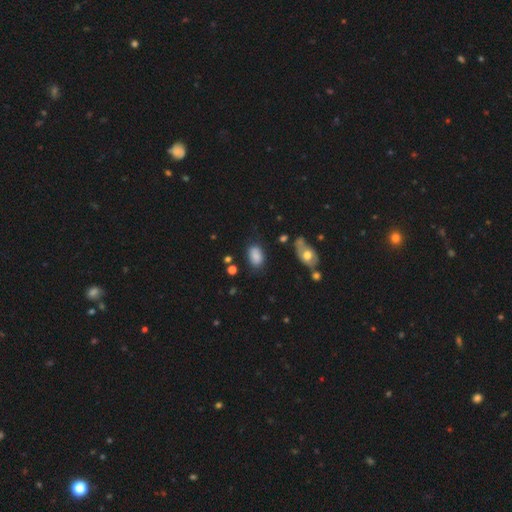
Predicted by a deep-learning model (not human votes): This is clearly a smooth galaxy (81%). How rounded: clearly in between (88%). Merging: likely none (71%).